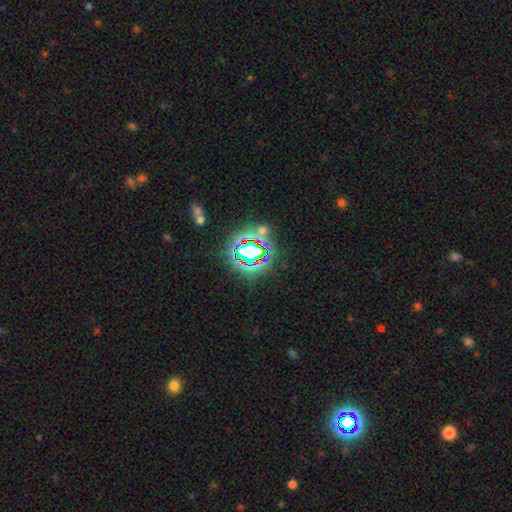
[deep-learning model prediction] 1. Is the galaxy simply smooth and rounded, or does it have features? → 71% star or artifact, 18% smooth, 11% featured or disk.